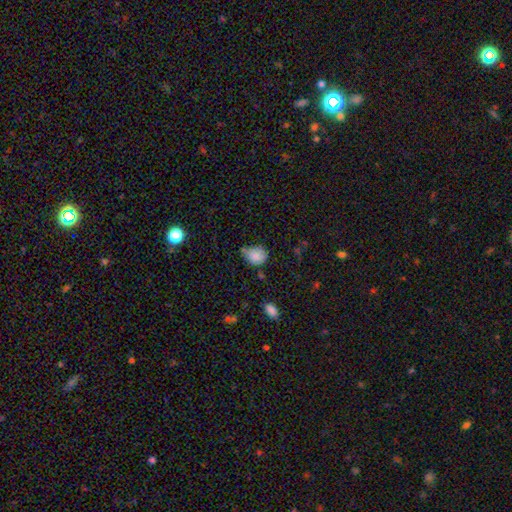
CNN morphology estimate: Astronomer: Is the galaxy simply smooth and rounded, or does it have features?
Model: smooth — 83%.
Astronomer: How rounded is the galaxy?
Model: round — 60% (runner-up: in between, 40%).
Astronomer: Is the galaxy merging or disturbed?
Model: none — 51% (runner-up: minor disturbance, 34%).